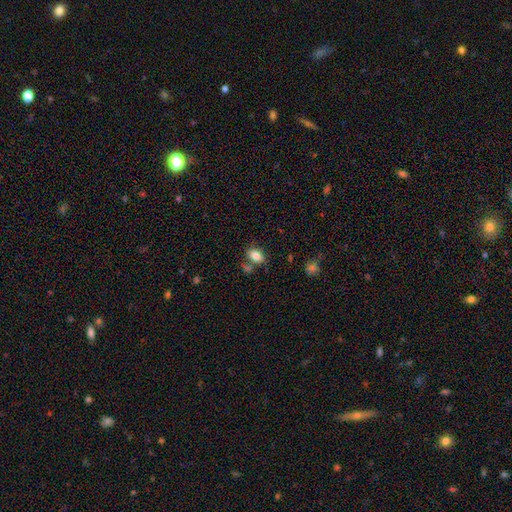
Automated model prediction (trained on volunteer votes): This appears to be a smooth galaxy with no disk features (82%) that is in between round and cigar-shaped (88%). Merging: none (67%).